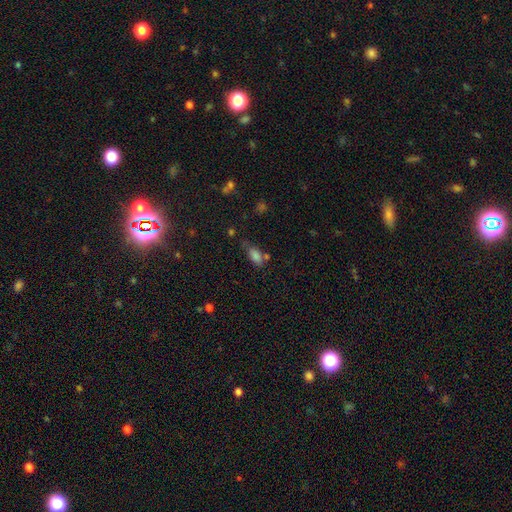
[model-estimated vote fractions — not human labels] A smooth galaxy with no disk features (81%) that is in between round and cigar-shaped (86%). Merging: none (51%).